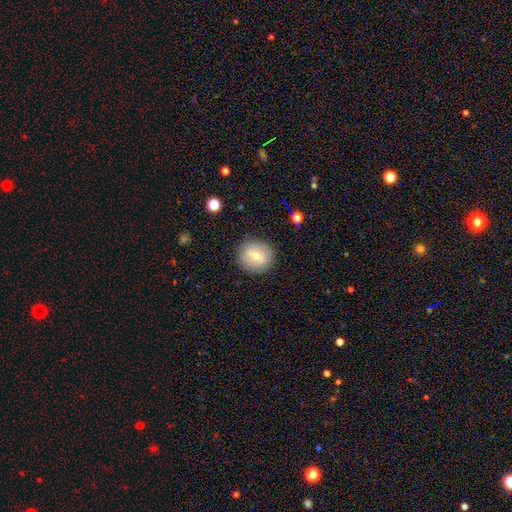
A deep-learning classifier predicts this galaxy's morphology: smooth_or_featured: smooth (p=0.62) [alt: featured or disk p=0.29]
how_rounded: round (p=0.88) [alt: in between p=0.11]
merging: none (p=0.87) [alt: minor disturbance p=0.09]